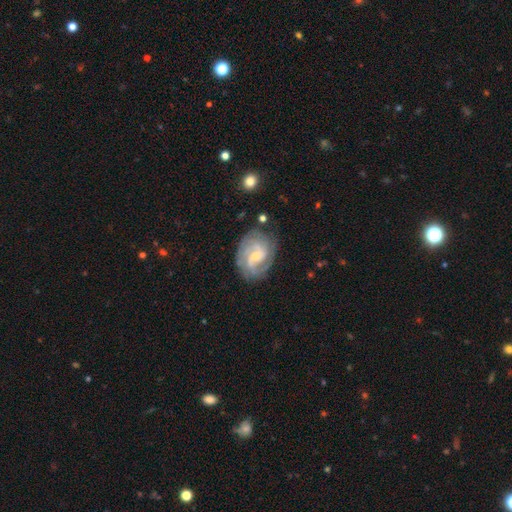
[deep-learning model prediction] featured or disk 82%, smooth 12%, star or artifact 6%. Down the decision tree: edge-on disk — no (97%); bar — weak (49%); spiral arms — yes (94%); spiral arm count — 2 (37%); spiral winding — tight (50%); bulge size — small (60%); merging — none (72%).